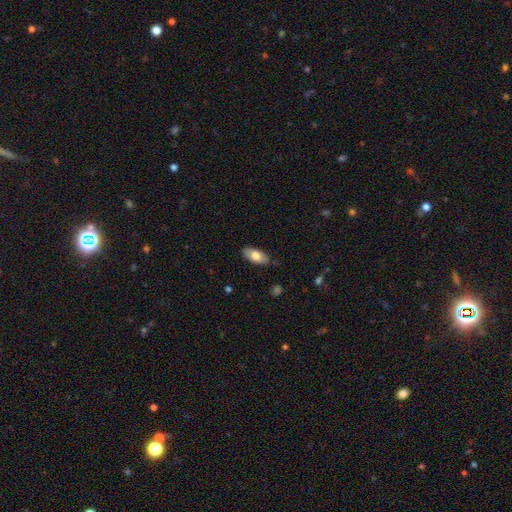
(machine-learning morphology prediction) This is likely a smooth galaxy (75%). How rounded: clearly in between (90%). Merging: clearly none (83%).